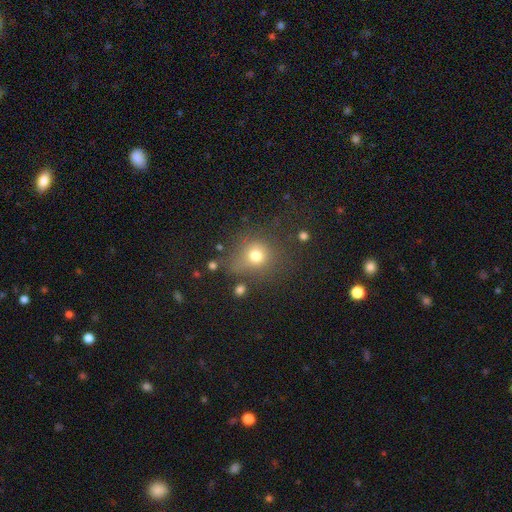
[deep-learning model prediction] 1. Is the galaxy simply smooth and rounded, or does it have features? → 74% smooth, 17% star or artifact, 10% featured or disk.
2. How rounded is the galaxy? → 82% round, 17% in between, 1% cigar-shaped.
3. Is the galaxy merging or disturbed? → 64% none, 18% minor disturbance, 11% major disturbance, 7% merger.